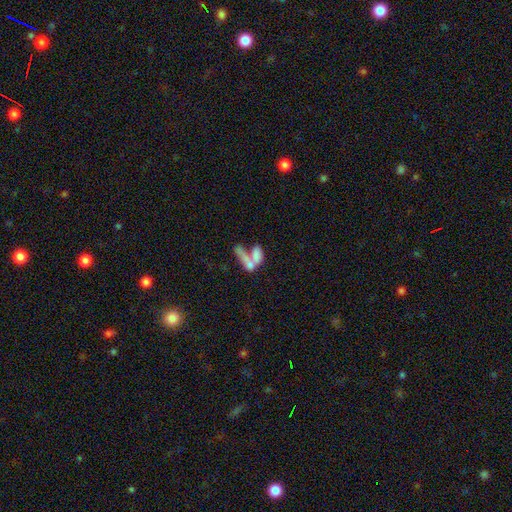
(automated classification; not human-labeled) Smooth or featured?
  - smooth: 63% *
  - featured or disk: 26%
  - star or artifact: 10%
How rounded?
  - in between: 73% *
  - cigar-shaped: 20%
  - round: 8%
Merging?
  - merger: 64% *
  - none: 17%
  - major disturbance: 12%
  - minor disturbance: 7%